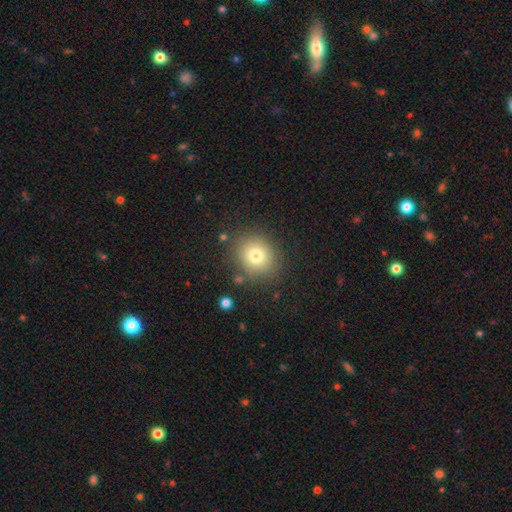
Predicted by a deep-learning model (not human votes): Smooth or featured? Predicted: smooth (p=0.76). How rounded? Predicted: round (p=0.75). Merging? Predicted: none (p=0.83).